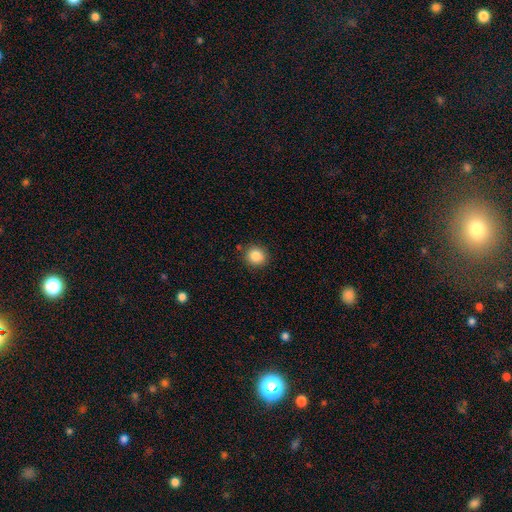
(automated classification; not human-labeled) This is clearly a smooth galaxy (86%). How rounded: clearly round (87%). Merging: clearly none (87%).